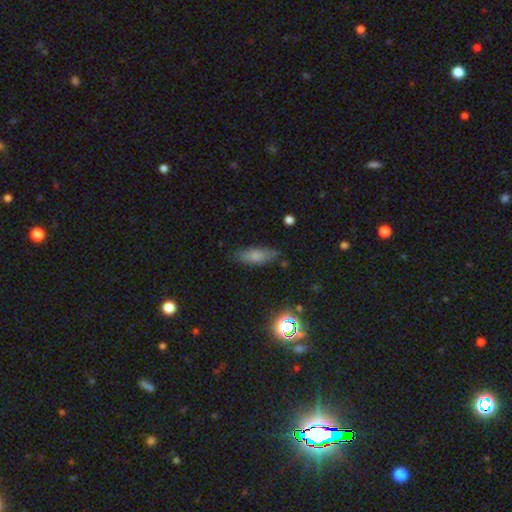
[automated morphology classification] smooth 74%, featured or disk 15%, star or artifact 11%. Down the decision tree: how rounded — in between (66%); merging — none (76%).